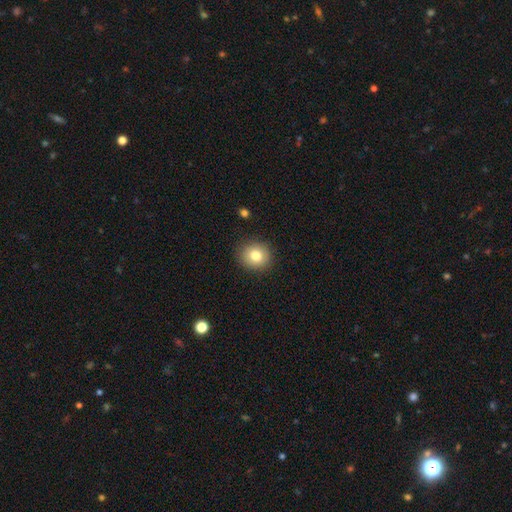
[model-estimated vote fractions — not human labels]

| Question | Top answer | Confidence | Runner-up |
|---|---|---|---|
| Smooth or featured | smooth | 80% | featured or disk (10%) |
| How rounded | round | 82% | in between (17%) |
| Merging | none | 89% | minor disturbance (7%) |